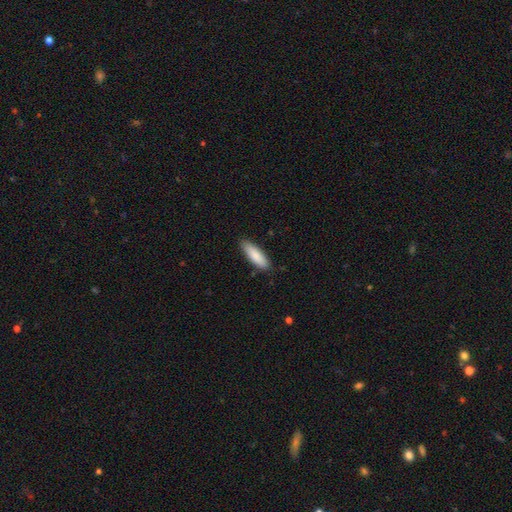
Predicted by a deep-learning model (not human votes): smooth_or_featured: smooth (p=0.86) [alt: featured or disk p=0.09]
how_rounded: in between (p=0.51) [alt: cigar-shaped p=0.48]
merging: none (p=0.85) [alt: minor disturbance p=0.12]